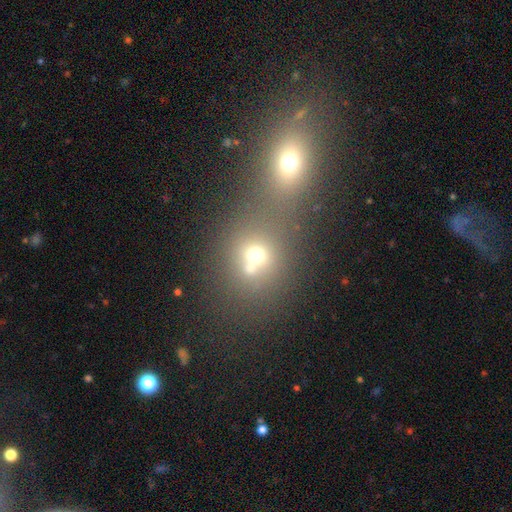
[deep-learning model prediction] This appears to be a smooth galaxy with no disk features (65%) that is round (77%). Merging: merger (54%).